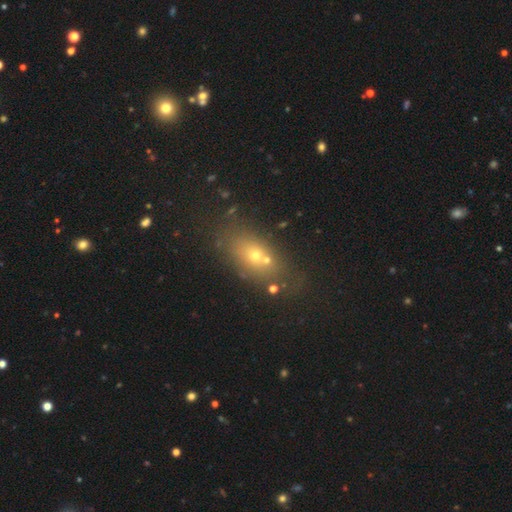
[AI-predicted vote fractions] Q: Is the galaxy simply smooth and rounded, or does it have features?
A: smooth — 59%.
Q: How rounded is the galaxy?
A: in between — 71%.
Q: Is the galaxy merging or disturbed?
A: none — 58%.